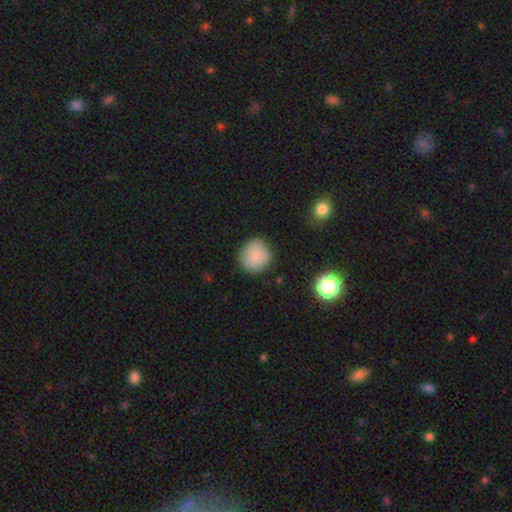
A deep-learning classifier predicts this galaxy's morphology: Smooth or featured: smooth — 81% (featured or disk — 11%)
How rounded: round — 89% (in between — 10%)
Merging: none — 82% (minor disturbance — 13%)